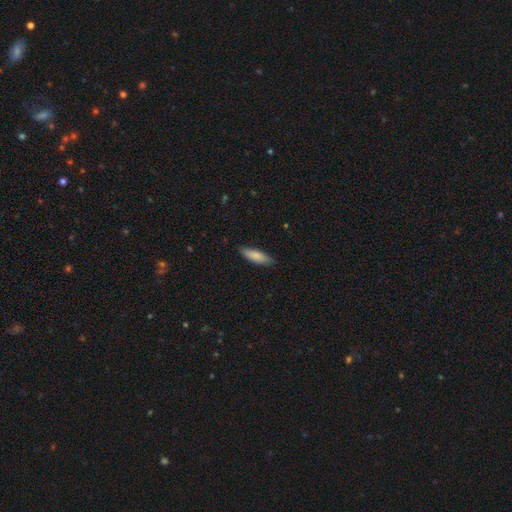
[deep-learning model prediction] This appears to be a smooth galaxy with no disk features (83%) that is cigar-shaped (57%). Merging: none (84%).